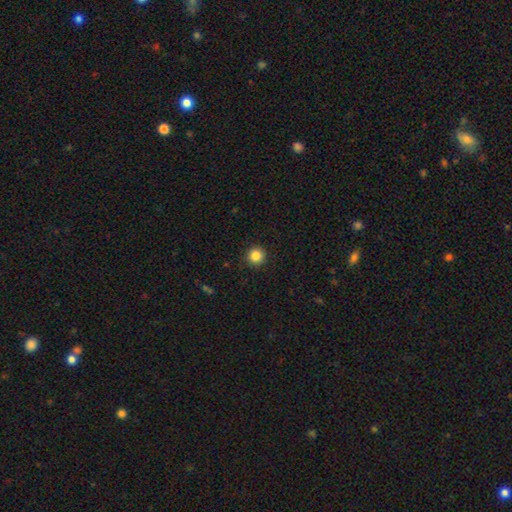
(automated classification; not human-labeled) Q: Smooth or featured?
A: smooth (85%); runner-up: star or artifact (11%)
Q: How rounded?
A: round (95%); runner-up: in between (4%)
Q: Merging?
A: none (92%); runner-up: minor disturbance (5%)